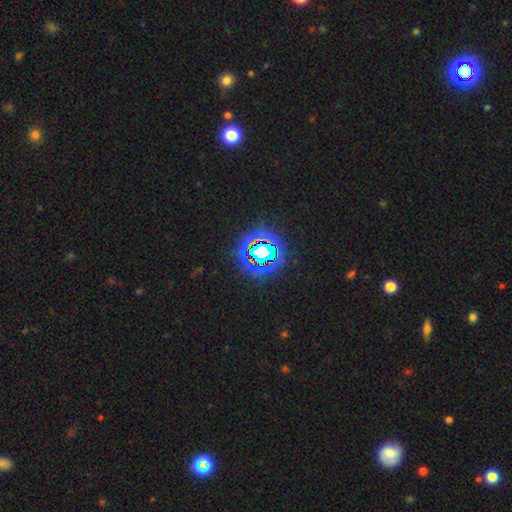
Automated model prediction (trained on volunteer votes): A star or artifact, not a galaxy (80%).